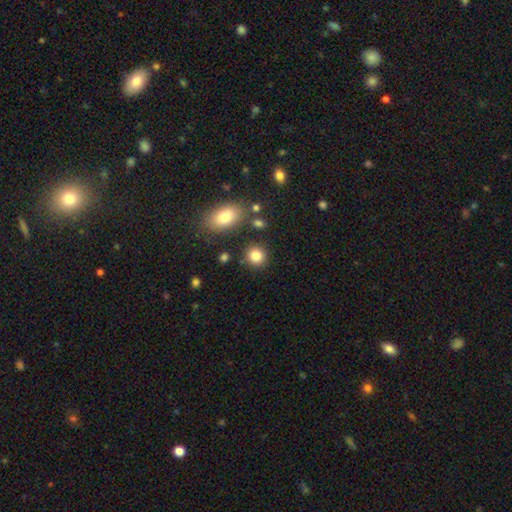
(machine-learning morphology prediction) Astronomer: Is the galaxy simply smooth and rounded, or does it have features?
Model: smooth — 85%.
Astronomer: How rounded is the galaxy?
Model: round — 84%.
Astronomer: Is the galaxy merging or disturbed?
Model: none — 85%.